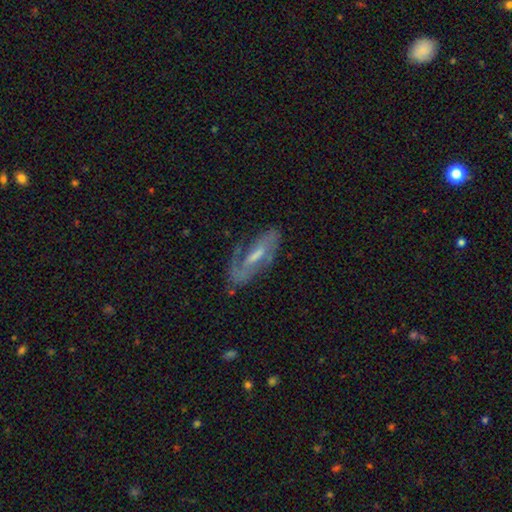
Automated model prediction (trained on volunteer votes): smooth_or_featured: featured or disk (p=0.72) [alt: smooth p=0.21]
disk_edge_on: no (p=0.84) [alt: yes p=0.16]
bar: weak (p=0.43) [alt: strong p=0.29]
has_spiral_arms: yes (p=0.79) [alt: no p=0.21]
bulge_size: moderate (p=0.46) [alt: small p=0.36]
merging: none (p=0.64) [alt: minor disturbance p=0.21]